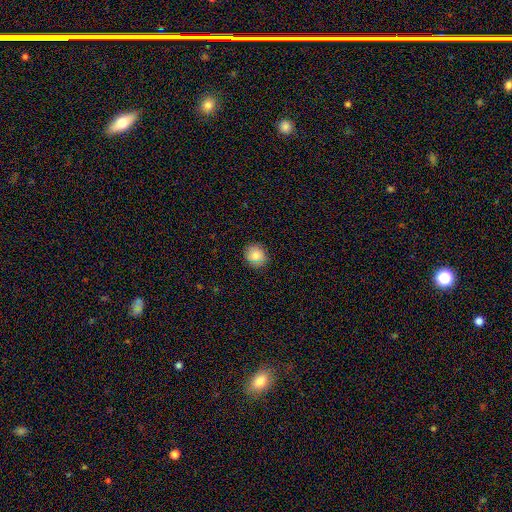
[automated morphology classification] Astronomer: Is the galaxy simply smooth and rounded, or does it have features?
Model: smooth — 81%.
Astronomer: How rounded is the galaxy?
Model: round — 87%.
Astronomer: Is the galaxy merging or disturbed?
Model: none — 86%.